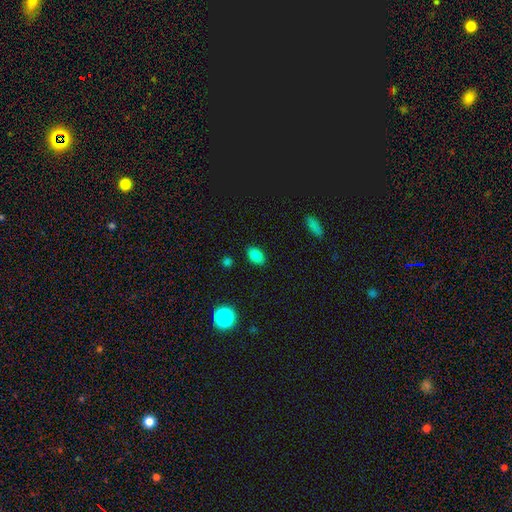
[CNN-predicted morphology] Q: Smooth or featured?
A: smooth (85%); runner-up: star or artifact (11%)
Q: How rounded?
A: in between (86%); runner-up: round (13%)
Q: Merging?
A: none (87%); runner-up: minor disturbance (9%)